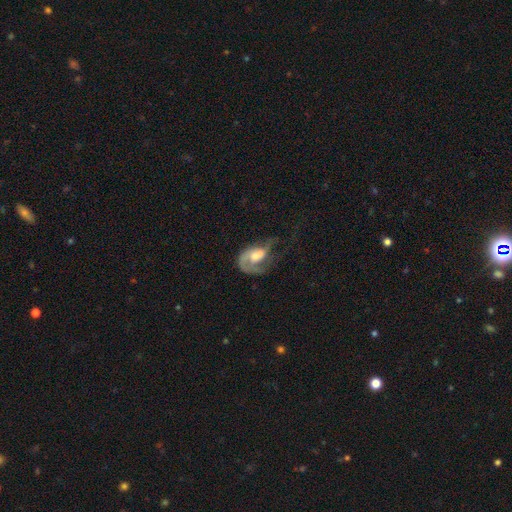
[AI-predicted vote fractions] A featured or disk galaxy (71%) with no bar (59%), 1 (68%) medium (39%) spiral arms (86%) and a moderate central bulge (52%). Merging: major disturbance (47%).